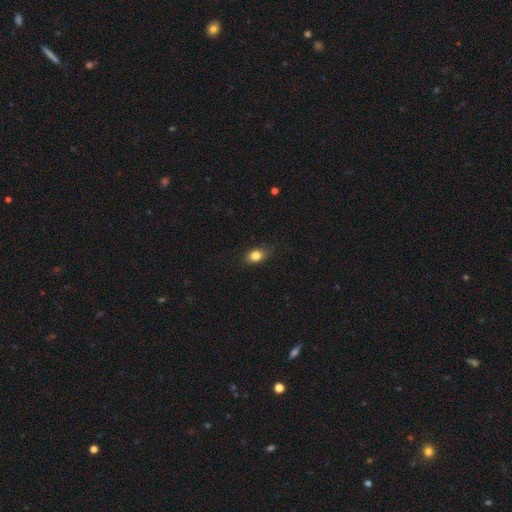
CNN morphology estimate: type=smooth (83%); roundness=in between (70%); merging=none (84%).